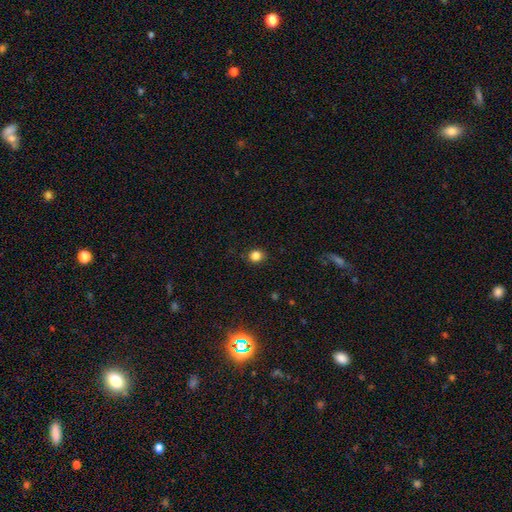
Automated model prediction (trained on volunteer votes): Smooth or featured? Predicted: smooth (p=0.83). How rounded? Predicted: round (p=0.82). Merging? Predicted: none (p=0.88).